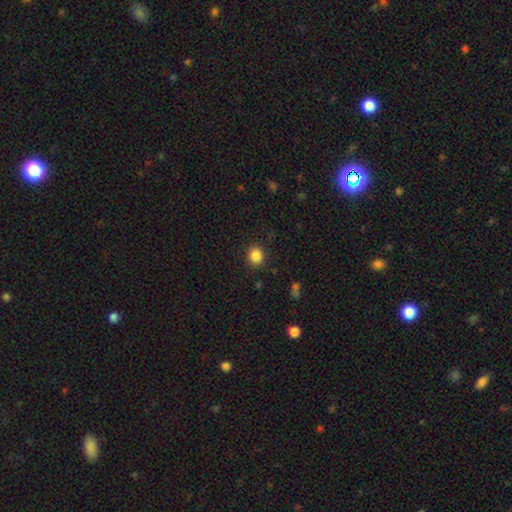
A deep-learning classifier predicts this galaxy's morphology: smooth 86%, star or artifact 10%, featured or disk 4%. Down the decision tree: how rounded — round (82%); merging — none (89%).